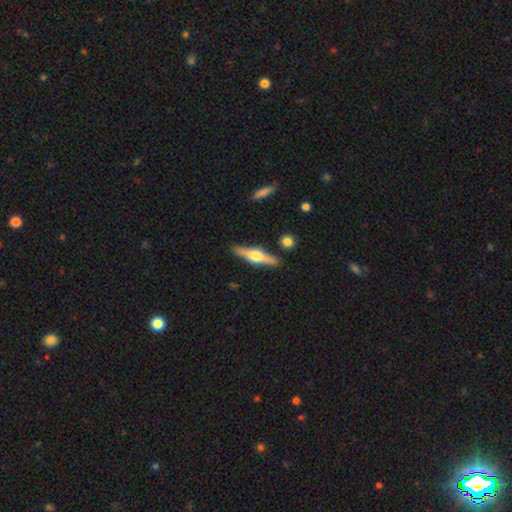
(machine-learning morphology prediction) Smooth or featured? featured or disk (68%)
Edge-on disk? yes (97%)
Edge-on bulge? rounded (93%)
Merging? none (87%)